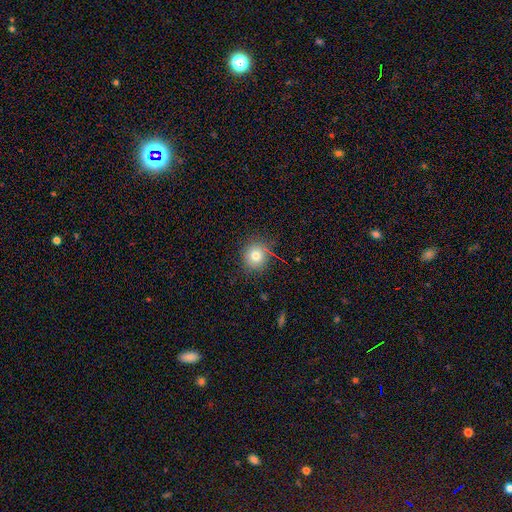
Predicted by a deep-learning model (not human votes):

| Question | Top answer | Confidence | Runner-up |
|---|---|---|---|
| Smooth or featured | smooth | 78% | star or artifact (13%) |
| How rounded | round | 89% | in between (10%) |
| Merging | none | 84% | minor disturbance (11%) |